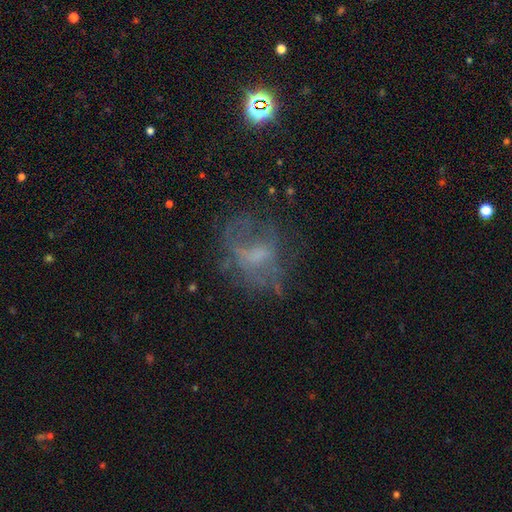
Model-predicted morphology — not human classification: smooth_or_featured: featured or disk (p=0.52) [alt: smooth p=0.29]
disk_edge_on: no (p=0.96) [alt: yes p=0.04]
merging: none (p=0.45) [alt: major disturbance p=0.33]